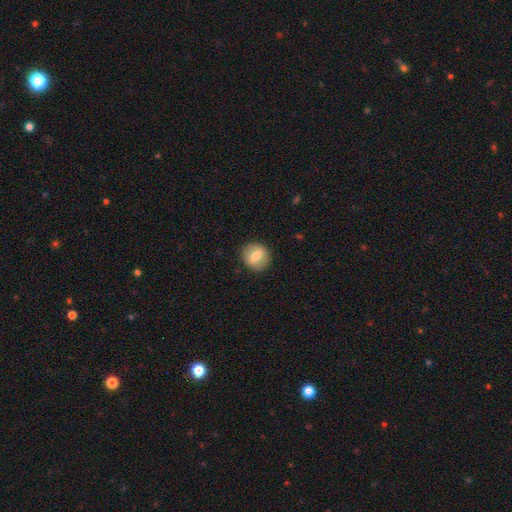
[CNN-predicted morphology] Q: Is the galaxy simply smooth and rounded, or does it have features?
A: smooth — 68%.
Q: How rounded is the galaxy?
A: round — 85%.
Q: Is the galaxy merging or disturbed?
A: none — 88%.